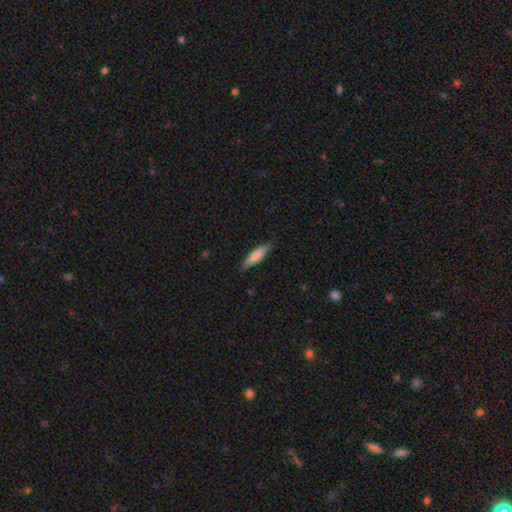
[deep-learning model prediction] Smooth or featured? smooth (76%)
How rounded? cigar-shaped (72%)
Merging? none (85%)